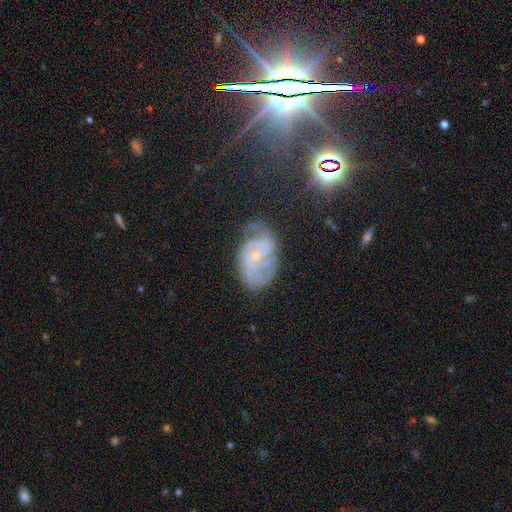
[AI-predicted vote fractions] A featured or disk galaxy (75%) with no bar (61%), tight (46%) spiral arms (89%) and a small central bulge (74%).

Vote fractions:
- Smooth or featured? featured or disk: 75% / smooth: 13% / star or artifact: 12%
- Edge-on disk? no: 97% / yes: 3%
- Bar? no: 61% / weak: 32% / strong: 7%
- Spiral arms? yes: 89% / no: 11%
- Spiral winding? tight: 46% / medium: 40% / loose: 13%
- Spiral arm count? can't tell: 34% / 2: 31% / 3: 19% / 4: 7% / 1: 5% / more than 4: 5%
- Bulge size? small: 74% / moderate: 19% / none: 5% / large: 1% / dominant: 1%
- Merging? none: 62% / minor disturbance: 24% / major disturbance: 12% / merger: 2%